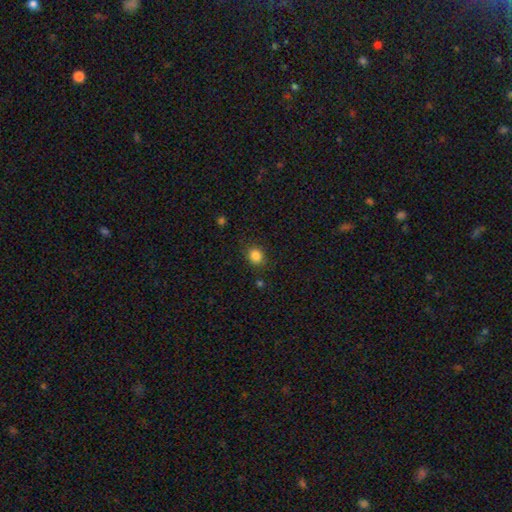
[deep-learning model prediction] Morphology: type=smooth (84%); roundness=round (69%); merging=none (85%).